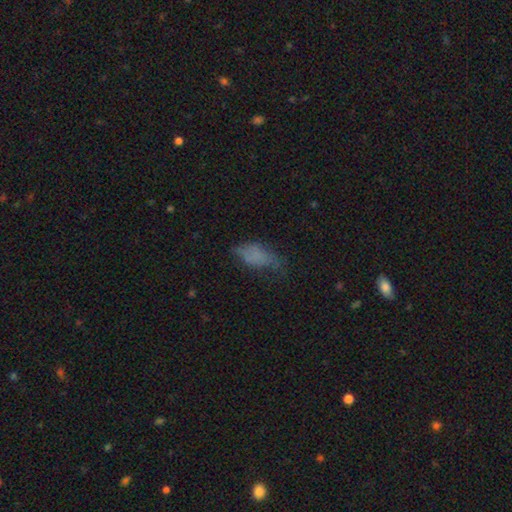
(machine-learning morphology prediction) Q: Smooth or featured?
A: smooth (64%); runner-up: featured or disk (22%)
Q: How rounded?
A: in between (85%); runner-up: cigar-shaped (11%)
Q: Merging?
A: none (40%); runner-up: minor disturbance (32%)